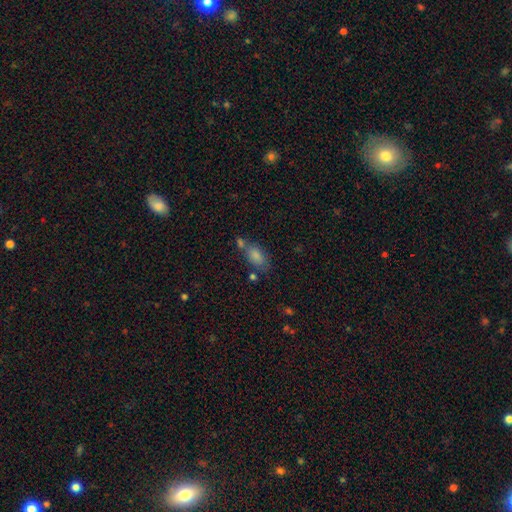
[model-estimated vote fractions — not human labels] A smooth galaxy with no disk features (80%) that is in between round and cigar-shaped (88%).

Vote fractions:
- Smooth or featured? smooth: 80% / featured or disk: 10% / star or artifact: 10%
- How rounded? in between: 88% / round: 6% / cigar-shaped: 6%
- Merging? none: 46% / merger: 30% / minor disturbance: 17% / major disturbance: 7%